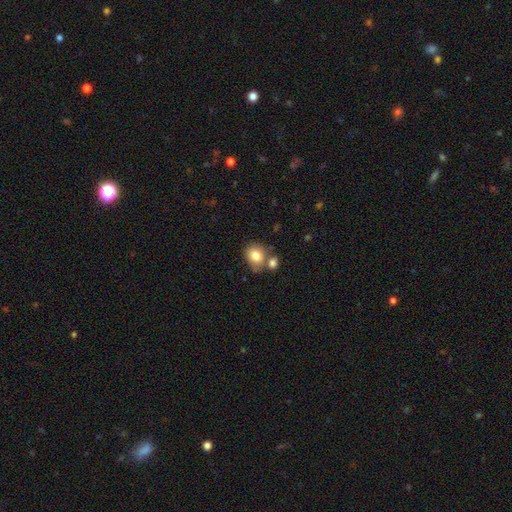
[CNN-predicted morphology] Smooth or featured: smooth — 80% (featured or disk — 11%)
How rounded: round — 60% (in between — 39%)
Merging: none — 55% (merger — 28%)